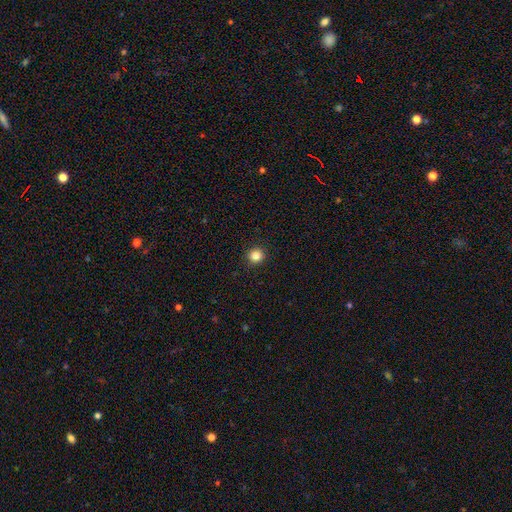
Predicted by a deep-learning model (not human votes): The model was most divided on "smooth or featured": smooth: 84%, star or artifact: 12%, featured or disk: 4%. More confident: how rounded — round (93%); merging — none (93%).